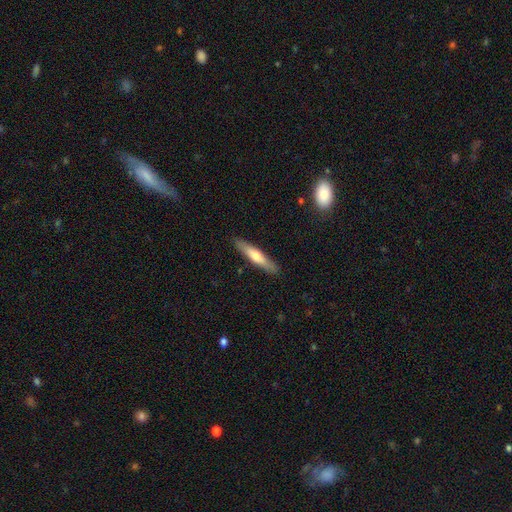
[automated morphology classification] Smooth or featured? Predicted: smooth (p=0.55). How rounded? Predicted: cigar-shaped (p=0.86). Merging? Predicted: none (p=0.89).